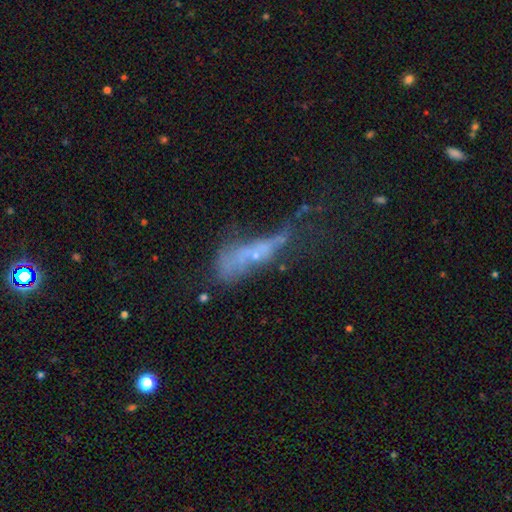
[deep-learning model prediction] A featured or disk galaxy (47%). Merging: major disturbance (41%).